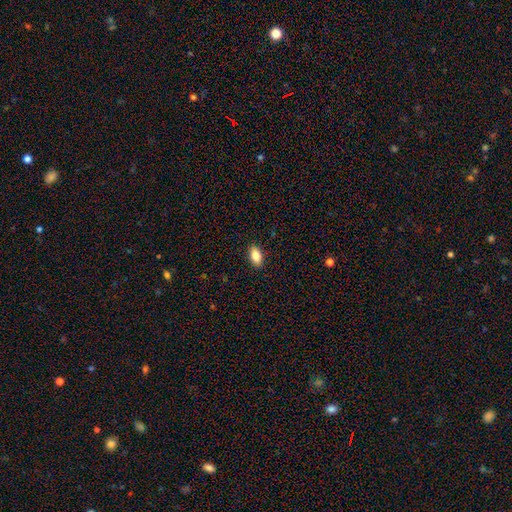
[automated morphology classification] Smooth or featured? smooth (85%)
How rounded? in between (91%)
Merging? none (90%)